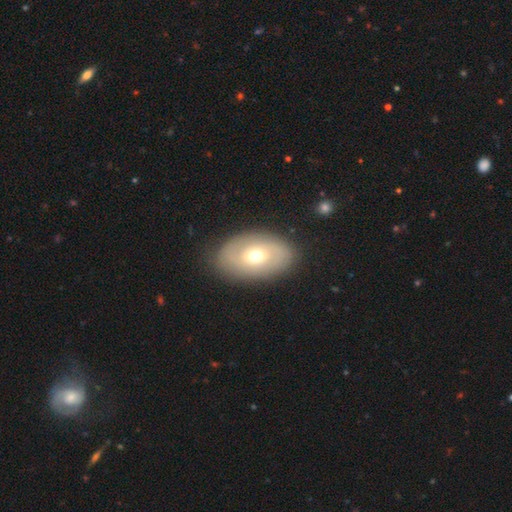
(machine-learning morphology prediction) This appears to be a featured or disk galaxy (46%, tied with smooth). Merging: none (84%).